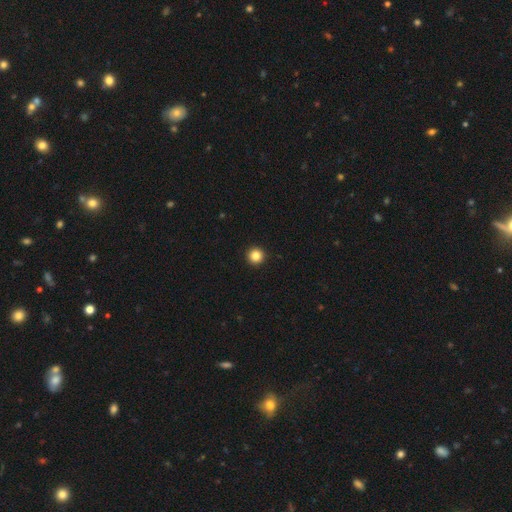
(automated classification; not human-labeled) A smooth galaxy with no disk features (85%) that is round (97%).

Vote fractions:
- Smooth or featured? smooth: 85% / star or artifact: 11% / featured or disk: 4%
- How rounded? round: 97% / in between: 2% / cigar-shaped: 1%
- Merging? none: 95% / minor disturbance: 3% / major disturbance: 1% / merger: 1%